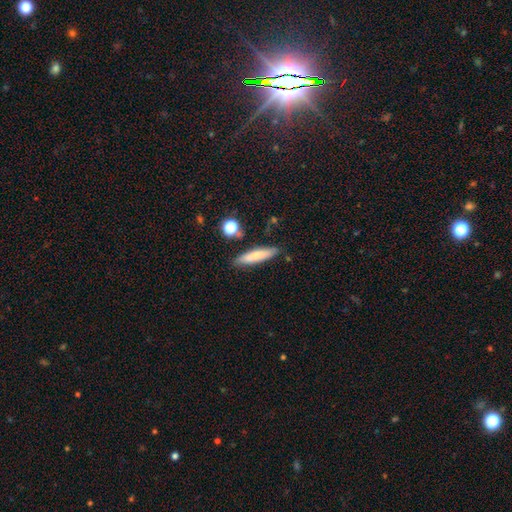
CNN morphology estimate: Smooth or featured? smooth (73%)
How rounded? cigar-shaped (76%)
Merging? none (82%)